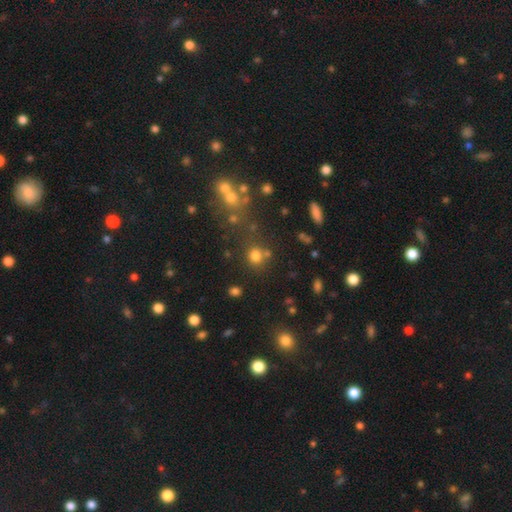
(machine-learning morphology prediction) smooth_or_featured: smooth (p=0.74) [alt: star or artifact p=0.18]
how_rounded: round (p=0.83) [alt: in between p=0.16]
merging: none (p=0.67) [alt: merger p=0.16]